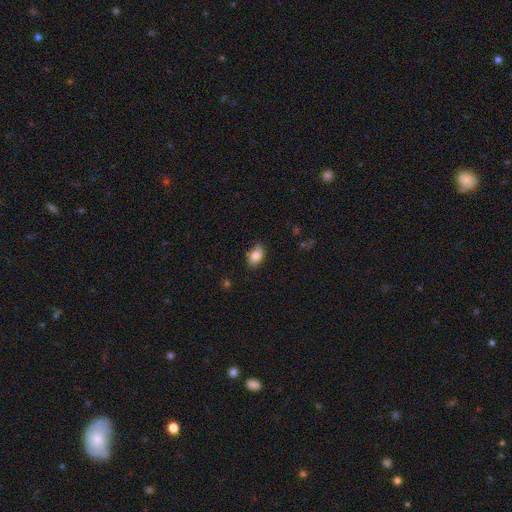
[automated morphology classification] The model was most divided on "merging": none: 77%, minor disturbance: 18%, major disturbance: 3%, merger: 1%. More confident: how rounded — in between (90%); smooth or featured — smooth (82%).